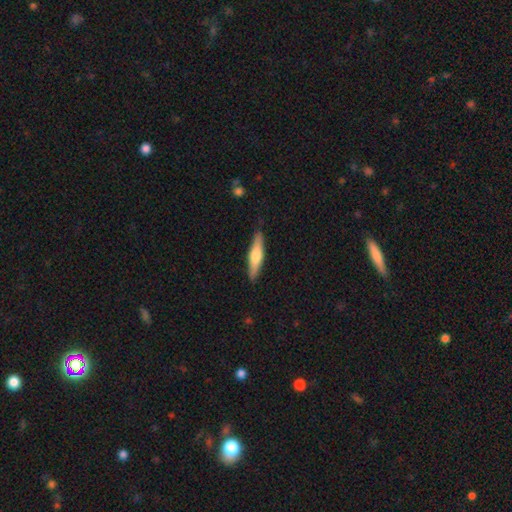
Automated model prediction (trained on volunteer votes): Smooth or featured: smooth — 48% (featured or disk — 47%)
Merging: none — 89% (minor disturbance — 8%)